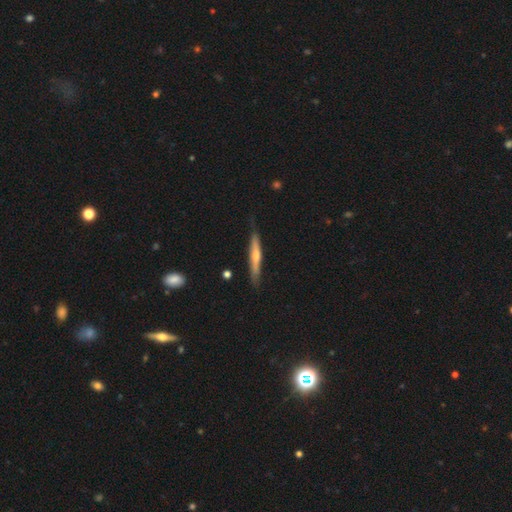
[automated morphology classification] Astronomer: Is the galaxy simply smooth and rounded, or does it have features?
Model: smooth — 48% (runner-up: featured or disk, 47%).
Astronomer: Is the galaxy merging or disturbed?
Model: none — 78%.